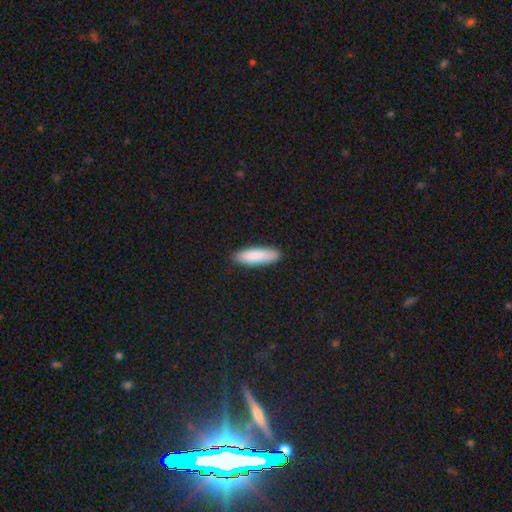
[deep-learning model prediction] smooth_or_featured: smooth (p=0.88) [alt: featured or disk p=0.07]
how_rounded: cigar-shaped (p=0.56) [alt: in between p=0.42]
merging: none (p=0.89) [alt: minor disturbance p=0.09]